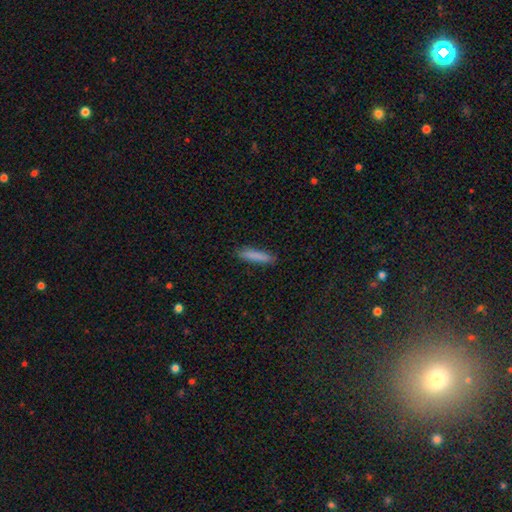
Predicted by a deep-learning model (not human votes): This appears to be a smooth galaxy with no disk features (85%) that is cigar-shaped (88%). Merging: none (88%).